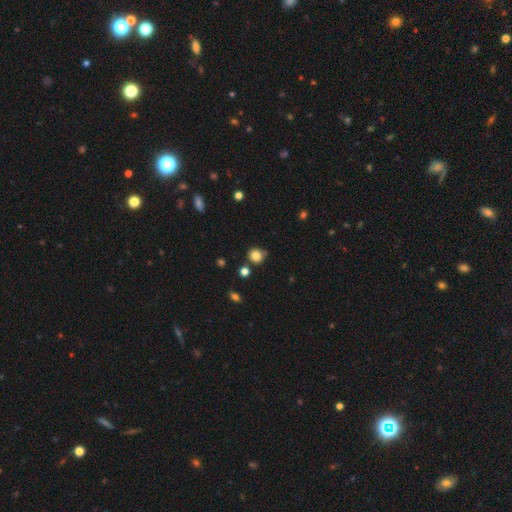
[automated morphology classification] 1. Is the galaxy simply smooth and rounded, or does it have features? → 83% smooth, 12% star or artifact, 6% featured or disk.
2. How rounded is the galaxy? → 88% round, 11% in between, 1% cigar-shaped.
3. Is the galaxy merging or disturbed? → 76% none, 15% minor disturbance, 6% merger, 3% major disturbance.